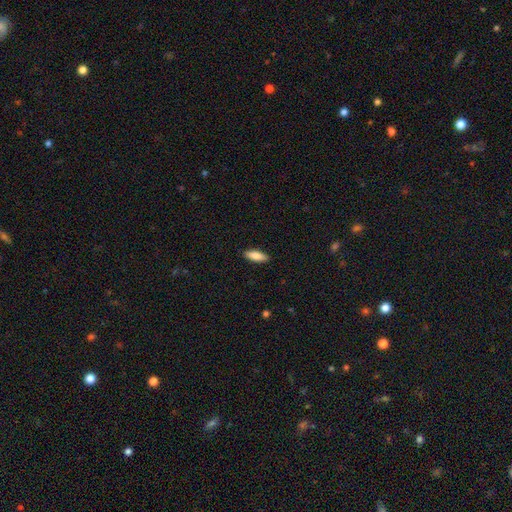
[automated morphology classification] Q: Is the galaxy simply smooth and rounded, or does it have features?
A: smooth — 83%.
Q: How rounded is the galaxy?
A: in between — 64%.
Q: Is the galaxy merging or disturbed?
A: none — 89%.